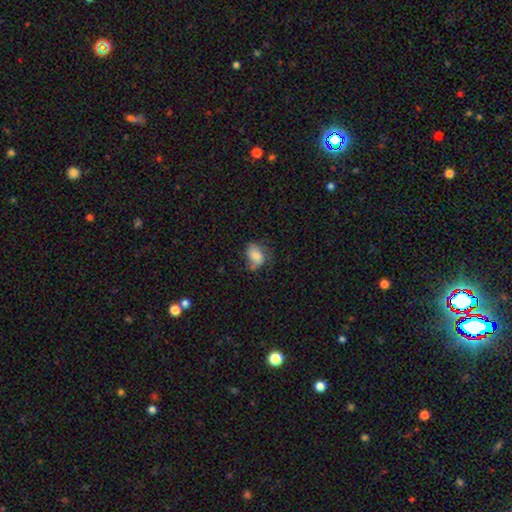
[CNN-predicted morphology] Smooth or featured? smooth (67%)
How rounded? in between (77%)
Merging? none (44%)